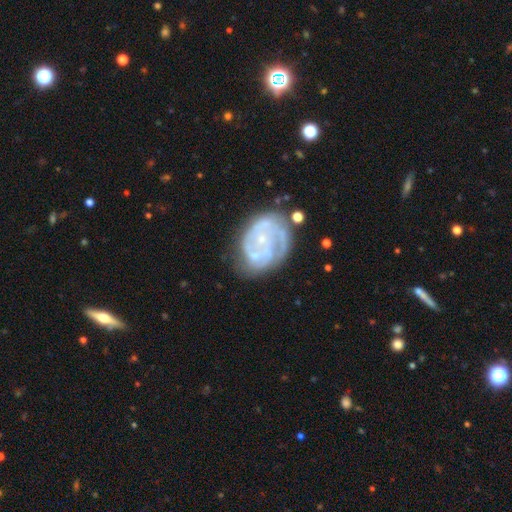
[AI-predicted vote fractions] Smooth or featured? Predicted: featured or disk (p=0.72). Edge-on disk? Predicted: no (p=0.98). Bar? Predicted: no (p=0.79). Spiral arms? Predicted: yes (p=0.58). Bulge size? Predicted: small (p=0.59). Merging? Predicted: none (p=0.42).